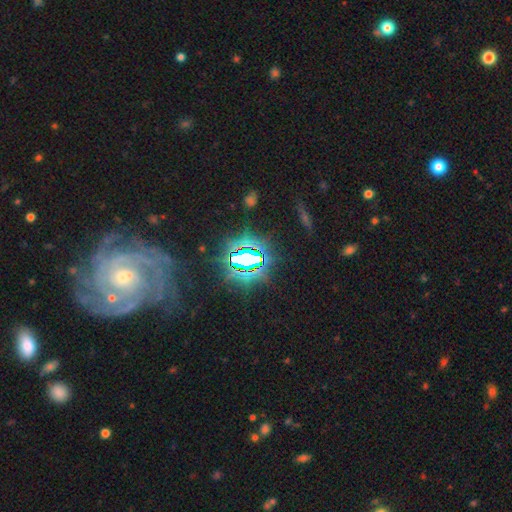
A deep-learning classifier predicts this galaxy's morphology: Smooth or featured: featured or disk — 54% (star or artifact — 33%)
Edge-on disk: no — 92% (yes — 8%)
Merging: none — 74% (minor disturbance — 13%)